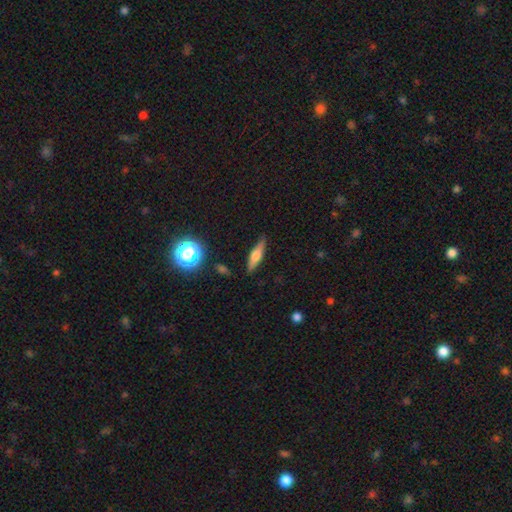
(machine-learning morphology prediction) This appears to be a featured or disk galaxy (47%). Merging: none (83%).